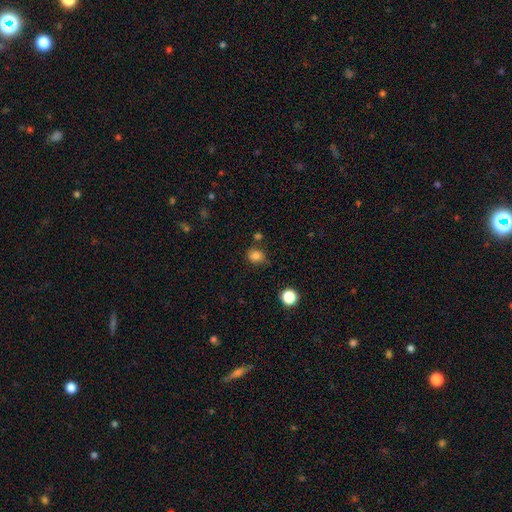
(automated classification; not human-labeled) This is clearly a smooth galaxy (82%). How rounded: likely round (63%). Merging: likely none (72%).